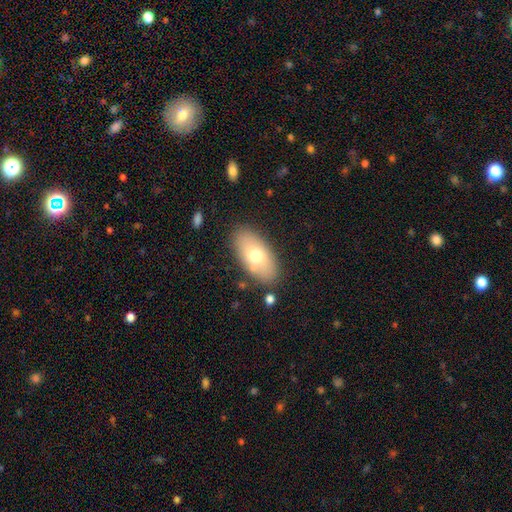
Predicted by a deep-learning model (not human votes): Smooth or featured? Predicted: smooth (p=0.67). How rounded? Predicted: in between (p=0.93). Merging? Predicted: none (p=0.84).